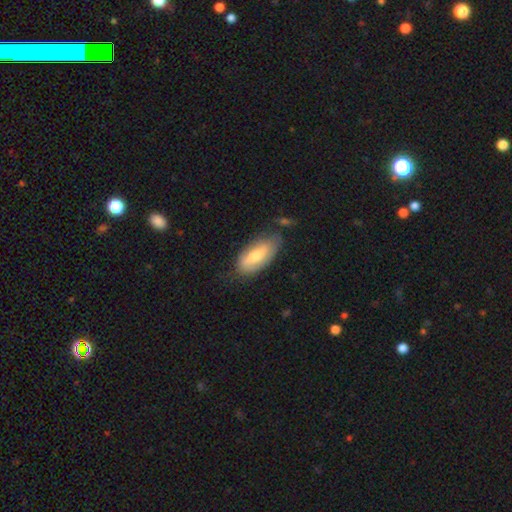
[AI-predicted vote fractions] This is likely a smooth galaxy (62%). How rounded: clearly in between (88%). Merging: likely none (66%).